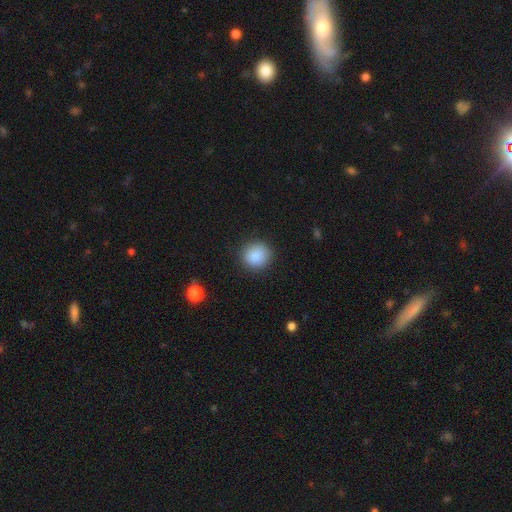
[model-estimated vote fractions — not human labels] Overall: smooth (88%). How rounded: round (90%). Merging: none (88%).